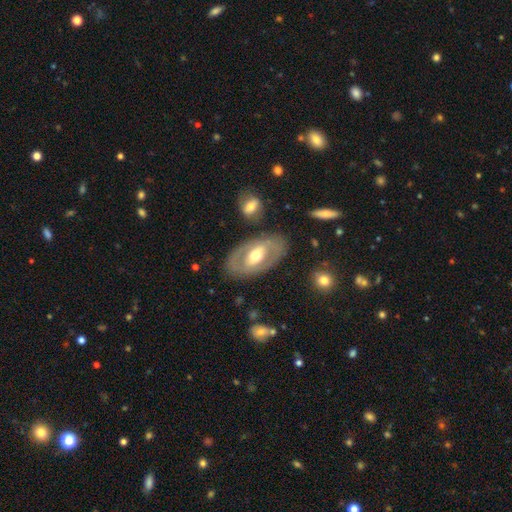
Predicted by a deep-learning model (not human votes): The model was most divided on "bar": no: 39%, weak: 33%, strong: 28%. More confident: edge-on disk — no (89%); merging — none (80%); bulge size — moderate (71%); spiral arms — no (71%); smooth or featured — featured or disk (63%).